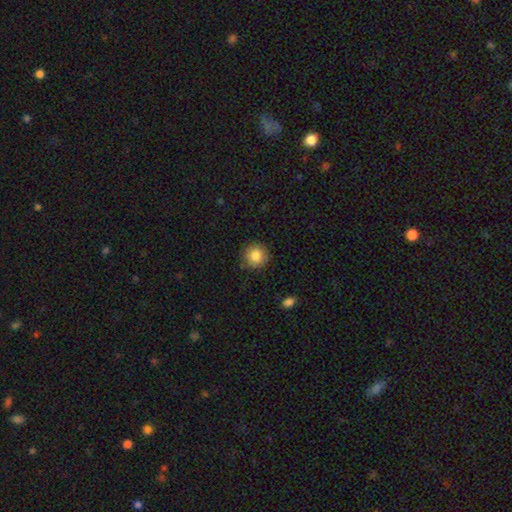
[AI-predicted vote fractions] smooth 84%, star or artifact 9%, featured or disk 7%. Down the decision tree: how rounded — round (93%); merging — none (88%).